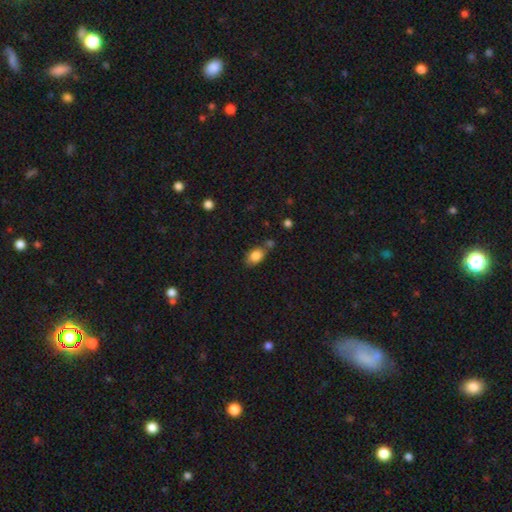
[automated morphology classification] smooth_or_featured: smooth (p=0.85) [alt: star or artifact p=0.08]
how_rounded: in between (p=0.84) [alt: round p=0.14]
merging: none (p=0.63) [alt: minor disturbance p=0.18]